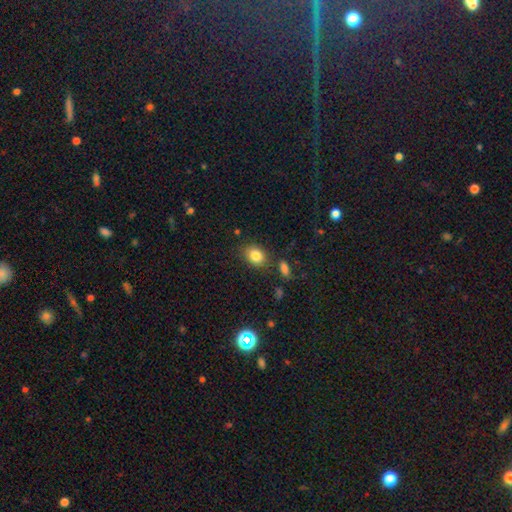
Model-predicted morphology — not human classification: smooth_or_featured: smooth (p=0.83) [alt: star or artifact p=0.10]
how_rounded: in between (p=0.53) [alt: round p=0.46]
merging: none (p=0.78) [alt: minor disturbance p=0.13]